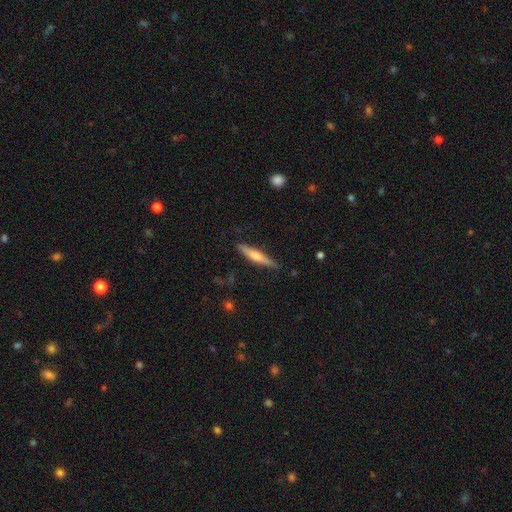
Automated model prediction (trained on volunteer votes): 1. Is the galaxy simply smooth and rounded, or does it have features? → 57% featured or disk, 37% smooth, 6% star or artifact.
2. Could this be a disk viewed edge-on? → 97% yes, 3% no.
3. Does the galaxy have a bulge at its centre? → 86% rounded, 7% none, 7% boxy.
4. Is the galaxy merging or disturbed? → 86% none, 10% minor disturbance, 2% major disturbance, 1% merger.